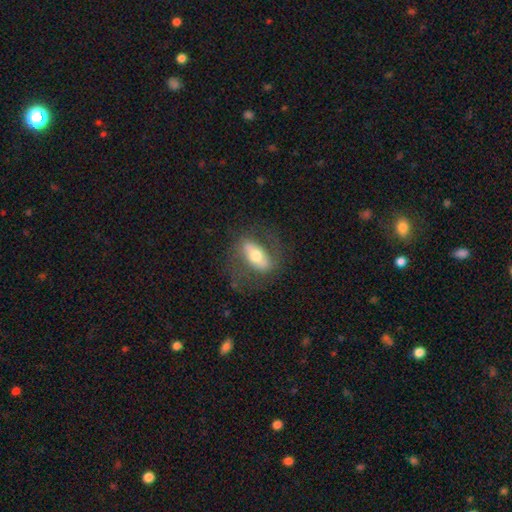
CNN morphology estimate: The model was most divided on "smooth or featured": featured or disk: 57%, smooth: 36%, star or artifact: 7%. More confident: edge-on disk — no (82%); merging — none (67%).